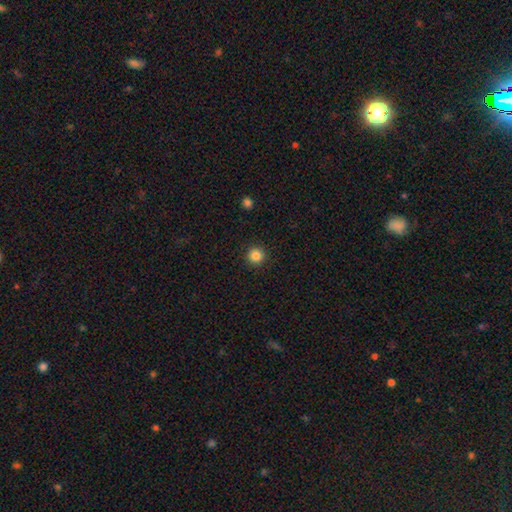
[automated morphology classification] smooth-or-featured: smooth: 85% | star or artifact: 11% | featured or disk: 4%
  how-rounded: round: 96% | in between: 3% | cigar-shaped: 1%
  merging: none: 93% | minor disturbance: 4% | major disturbance: 2% | merger: 1%